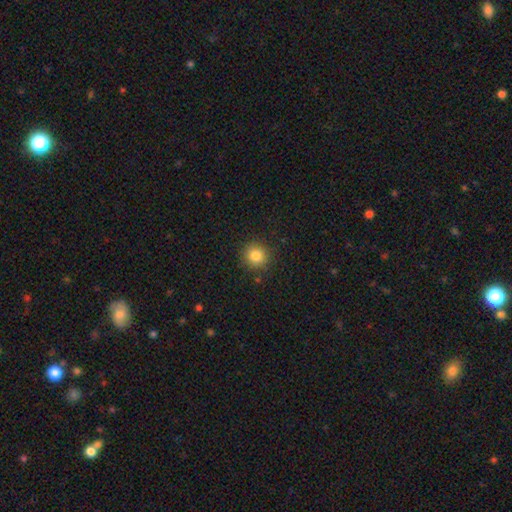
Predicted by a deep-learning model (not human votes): Smooth or featured: smooth — 83% (star or artifact — 11%)
How rounded: round — 93% (in between — 6%)
Merging: none — 89% (minor disturbance — 7%)